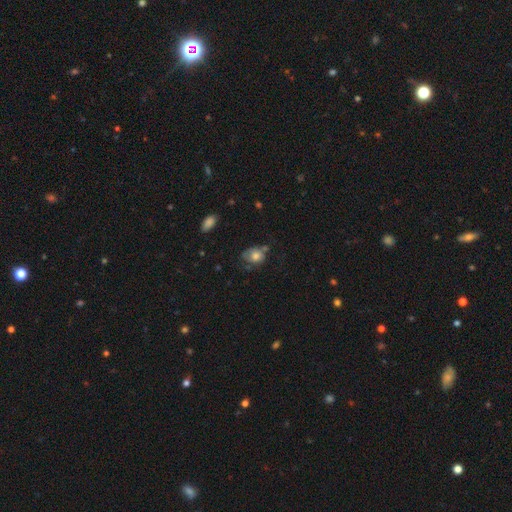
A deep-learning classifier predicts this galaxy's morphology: smooth-or-featured: smooth: 72% | featured or disk: 19% | star or artifact: 9%
  how-rounded: in between: 55% | round: 44% | cigar-shaped: 1%
  merging: none: 41% | minor disturbance: 33% | major disturbance: 16% | merger: 10%